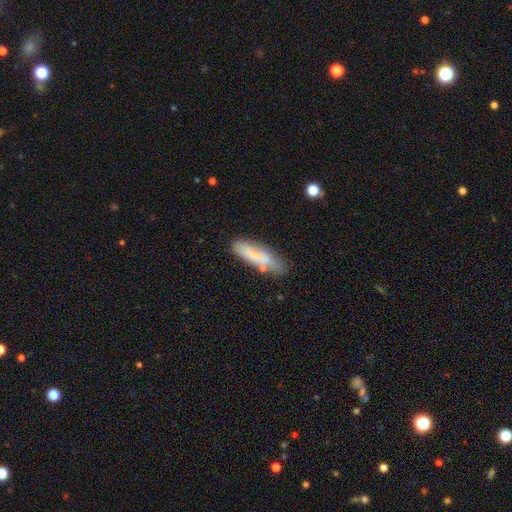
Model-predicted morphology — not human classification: smooth_or_featured: smooth (p=0.69) [alt: featured or disk p=0.24]
how_rounded: cigar-shaped (p=0.61) [alt: in between p=0.37]
merging: none (p=0.65) [alt: minor disturbance p=0.21]